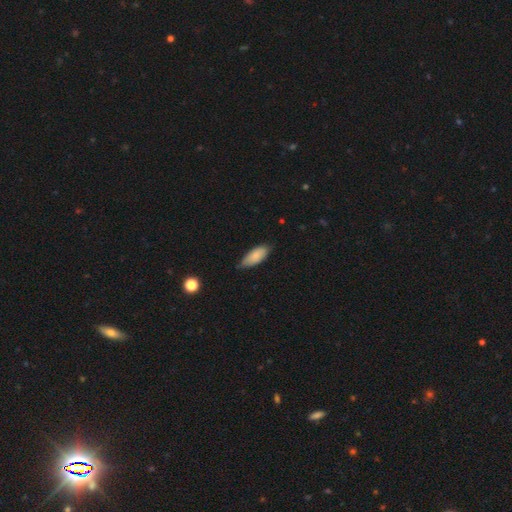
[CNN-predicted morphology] Smooth or featured?
  - smooth: 84% *
  - featured or disk: 9%
  - star or artifact: 6%
How rounded?
  - in between: 82% *
  - cigar-shaped: 16%
  - round: 2%
Merging?
  - none: 64% *
  - minor disturbance: 31%
  - major disturbance: 3%
  - merger: 1%